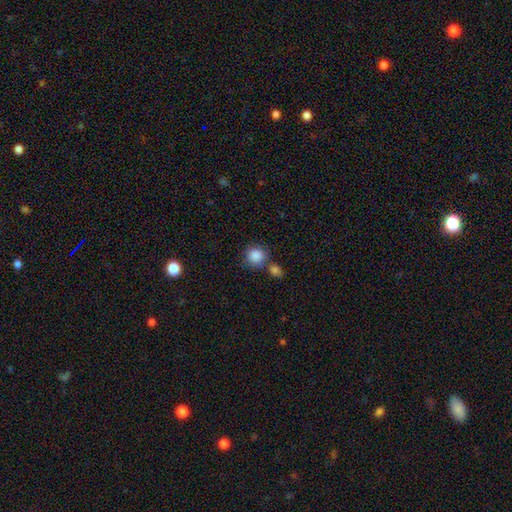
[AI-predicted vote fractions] Smooth or featured?
  - smooth: 86% *
  - star or artifact: 9%
  - featured or disk: 5%
How rounded?
  - round: 89% *
  - in between: 10%
  - cigar-shaped: 1%
Merging?
  - none: 59% *
  - merger: 25%
  - minor disturbance: 12%
  - major disturbance: 4%